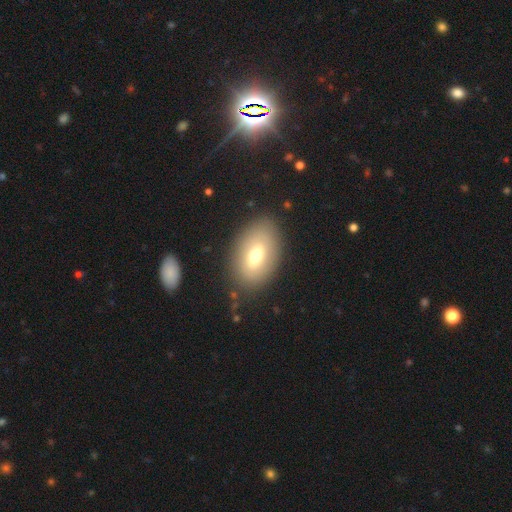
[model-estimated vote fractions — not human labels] smooth_or_featured: smooth (p=0.66) [alt: featured or disk p=0.26]
how_rounded: in between (p=0.91) [alt: round p=0.08]
merging: none (p=0.82) [alt: minor disturbance p=0.11]